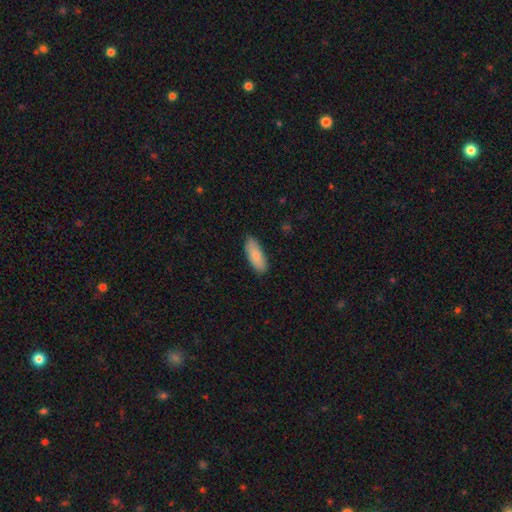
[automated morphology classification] This is clearly a smooth galaxy (84%). How rounded: likely in between (76%). Merging: clearly none (83%).